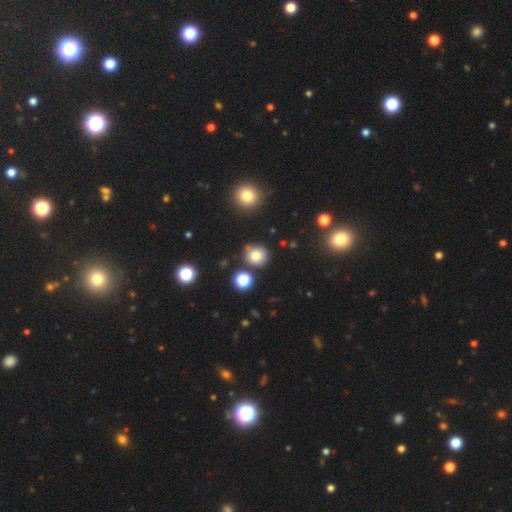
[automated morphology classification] Smooth or featured? Predicted: smooth (p=0.76). How rounded? Predicted: round (p=0.83). Merging? Predicted: none (p=0.77).